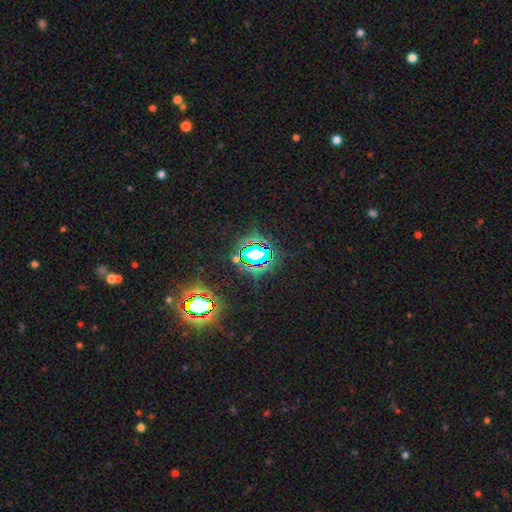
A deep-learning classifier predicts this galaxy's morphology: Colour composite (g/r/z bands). It shows a star or artifact, not a galaxy (75%).